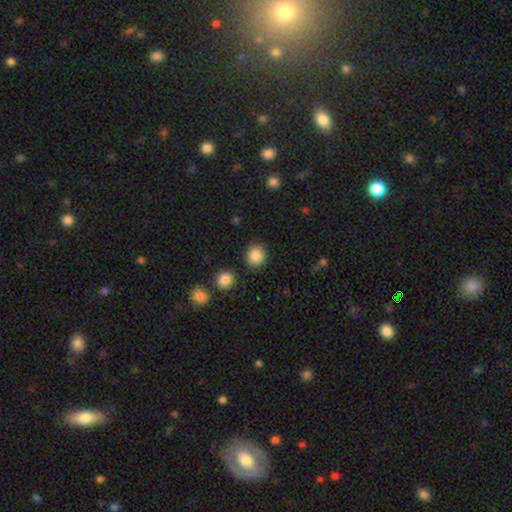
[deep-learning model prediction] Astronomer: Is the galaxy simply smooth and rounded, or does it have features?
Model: smooth — 86%.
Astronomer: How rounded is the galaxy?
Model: round — 83%.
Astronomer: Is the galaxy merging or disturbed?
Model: none — 88%.